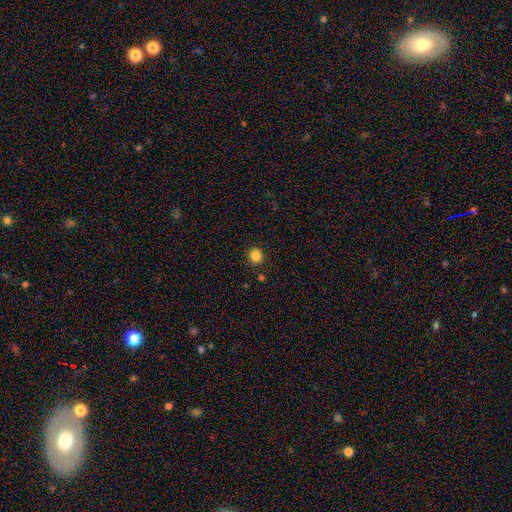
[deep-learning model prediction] Smooth or featured?
  - smooth: 84% *
  - star or artifact: 12%
  - featured or disk: 3%
How rounded?
  - round: 88% *
  - in between: 11%
  - cigar-shaped: 1%
Merging?
  - none: 88% *
  - minor disturbance: 8%
  - merger: 3%
  - major disturbance: 2%